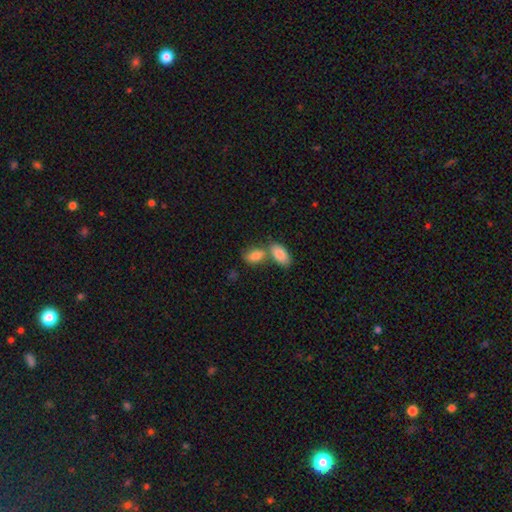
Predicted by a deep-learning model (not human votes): A smooth galaxy with no disk features (83%) that is in between round and cigar-shaped (89%).

Vote fractions:
- Smooth or featured? smooth: 83% / featured or disk: 10% / star or artifact: 7%
- How rounded? in between: 89% / round: 7% / cigar-shaped: 3%
- Merging? merger: 50% / none: 36% / minor disturbance: 10% / major disturbance: 4%